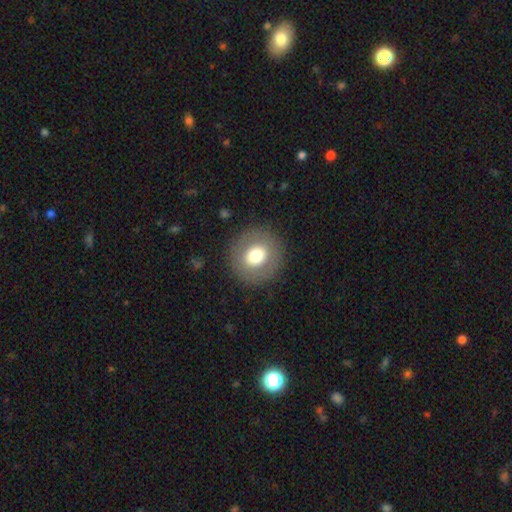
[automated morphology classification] smooth_or_featured: smooth (p=0.69) [alt: featured or disk p=0.21]
how_rounded: round (p=0.93) [alt: in between p=0.06]
merging: none (p=0.89) [alt: minor disturbance p=0.06]